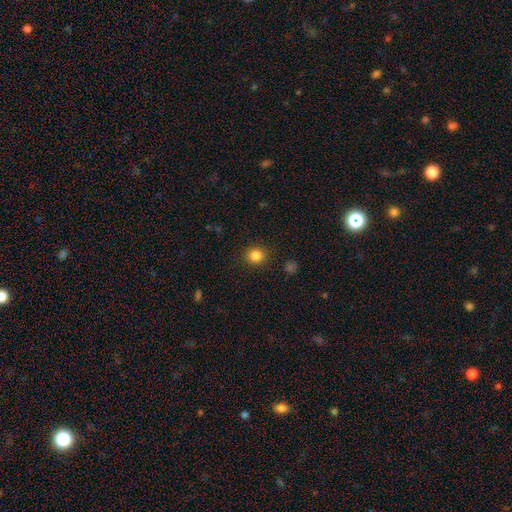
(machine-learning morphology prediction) smooth 84%, star or artifact 12%, featured or disk 5%. Down the decision tree: how rounded — round (87%); merging — none (90%).